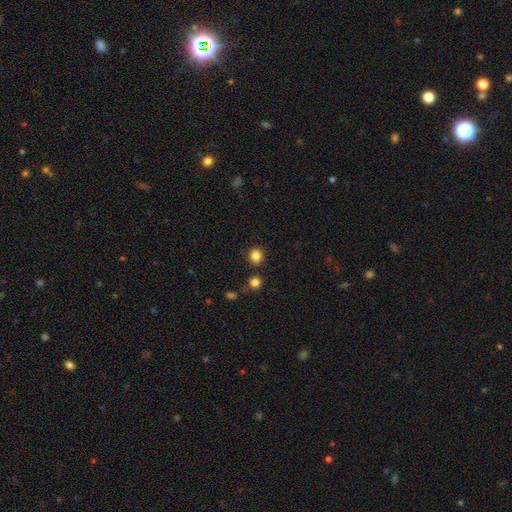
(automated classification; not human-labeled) The model was most divided on "how rounded": round: 82%, in between: 17%, cigar-shaped: 1%. More confident: merging — none (85%); smooth or featured — smooth (84%).